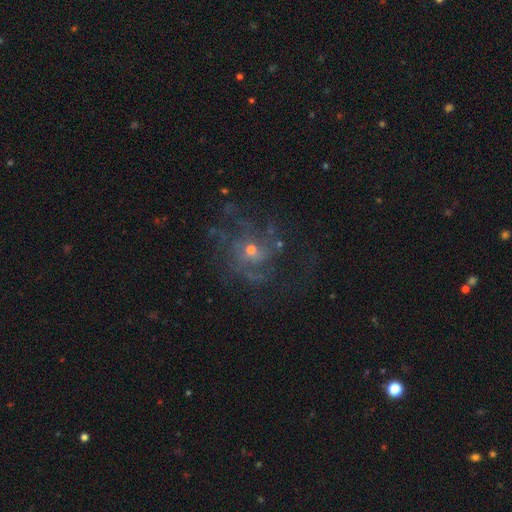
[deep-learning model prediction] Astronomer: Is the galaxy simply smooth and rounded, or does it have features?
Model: featured or disk — 71%.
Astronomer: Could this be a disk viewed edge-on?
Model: no — 97%.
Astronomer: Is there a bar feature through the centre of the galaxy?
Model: no — 79%.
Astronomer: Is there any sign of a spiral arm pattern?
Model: yes — 85%.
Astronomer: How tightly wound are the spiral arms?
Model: medium — 43% (runner-up: tight, 33%).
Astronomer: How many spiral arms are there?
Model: can't tell — 38% (runner-up: 3, 17%).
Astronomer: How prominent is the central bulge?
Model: small — 60%.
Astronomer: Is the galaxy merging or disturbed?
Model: none — 65%.